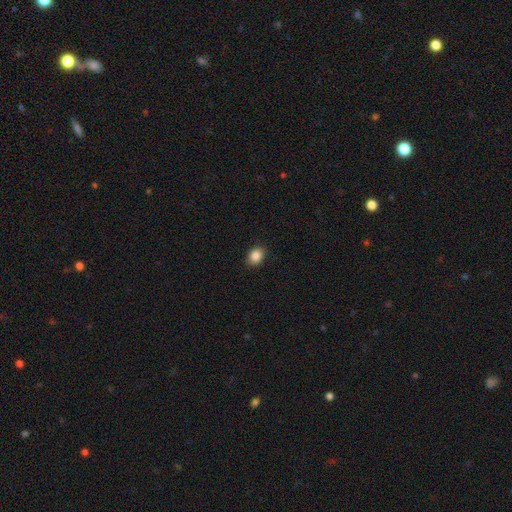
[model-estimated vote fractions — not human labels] This appears to be a smooth galaxy with no disk features (87%) that is in between round and cigar-shaped (61%). Merging: none (87%).